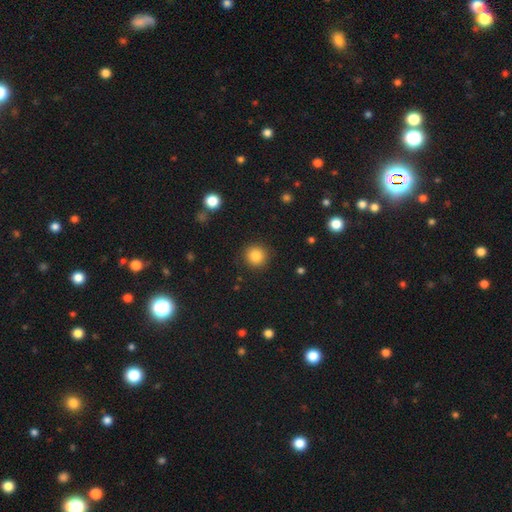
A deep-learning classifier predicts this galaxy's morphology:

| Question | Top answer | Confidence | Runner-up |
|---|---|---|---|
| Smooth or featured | smooth | 85% | star or artifact (10%) |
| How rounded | round | 93% | in between (6%) |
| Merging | none | 90% | minor disturbance (6%) |